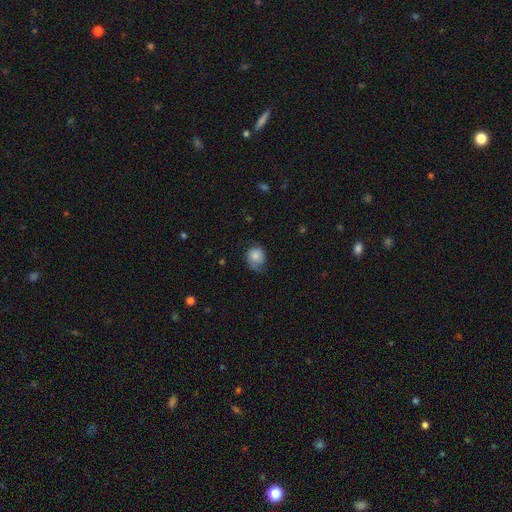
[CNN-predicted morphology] A smooth galaxy with no disk features (78%) that is round (72%).

Vote fractions:
- Smooth or featured? smooth: 78% / featured or disk: 14% / star or artifact: 8%
- How rounded? round: 72% / in between: 27% / cigar-shaped: 1%
- Merging? none: 48% / minor disturbance: 36% / major disturbance: 15% / merger: 2%